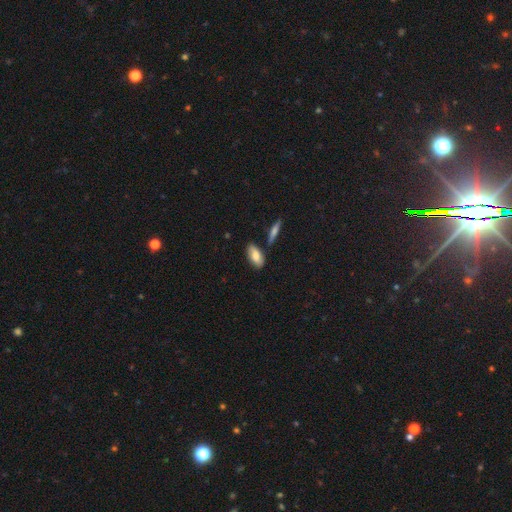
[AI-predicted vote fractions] smooth_or_featured: smooth (p=0.74) [alt: featured or disk p=0.19]
how_rounded: in between (p=0.89) [alt: cigar-shaped p=0.08]
merging: none (p=0.77) [alt: minor disturbance p=0.14]